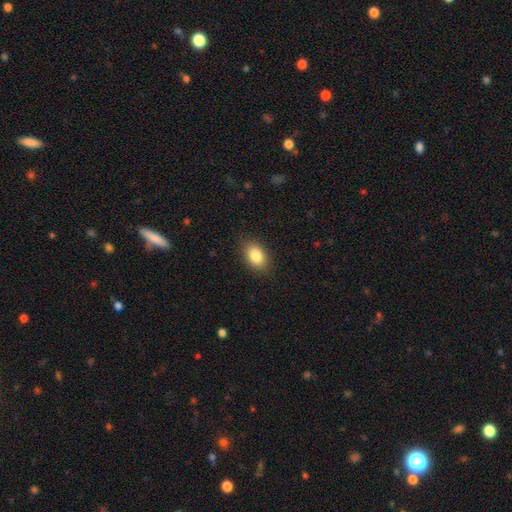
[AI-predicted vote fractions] This appears to be a smooth galaxy with no disk features (85%) that is in between round and cigar-shaped (85%). Merging: none (87%).